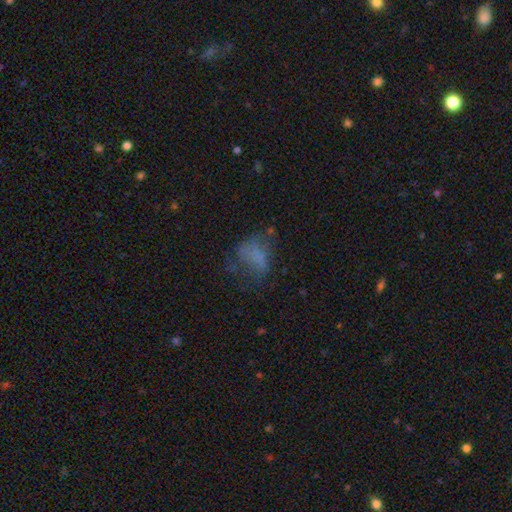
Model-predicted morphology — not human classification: smooth_or_featured: smooth (p=0.51) [alt: featured or disk p=0.31]
how_rounded: in between (p=0.74) [alt: round p=0.23]
merging: major disturbance (p=0.39) [alt: none p=0.35]